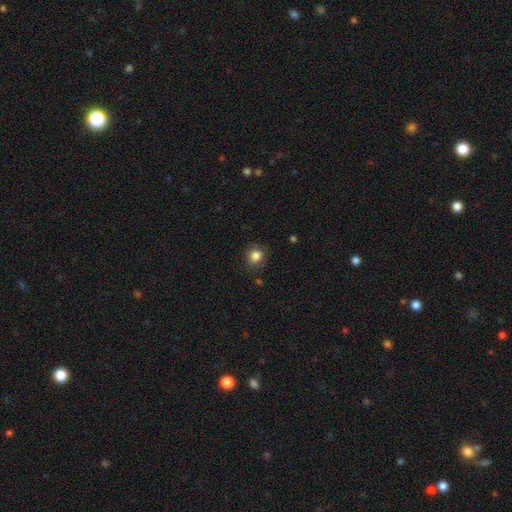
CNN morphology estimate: Smooth or featured: smooth — 83% (star or artifact — 10%)
How rounded: round — 79% (in between — 21%)
Merging: none — 79% (minor disturbance — 15%)